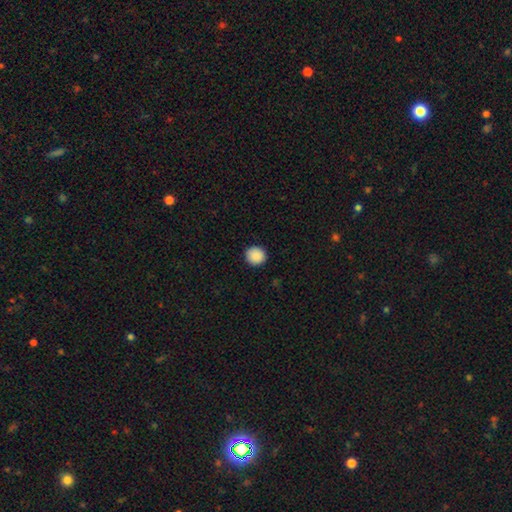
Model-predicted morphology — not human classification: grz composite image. It shows a smooth galaxy with no disk features (89%) that is round (92%). Merging: none (92%).